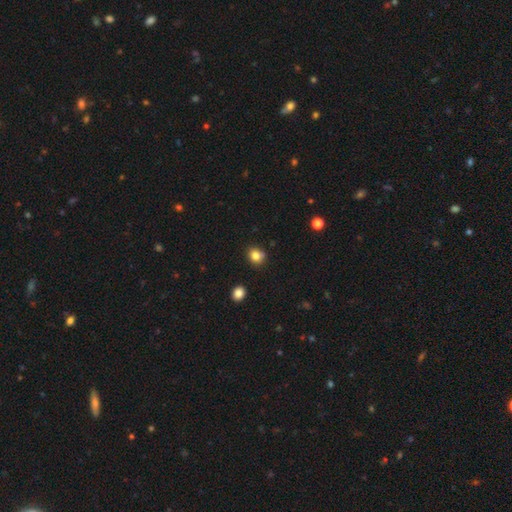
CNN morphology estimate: This is clearly a smooth galaxy (82%). How rounded: likely round (75%). Merging: likely none (79%).